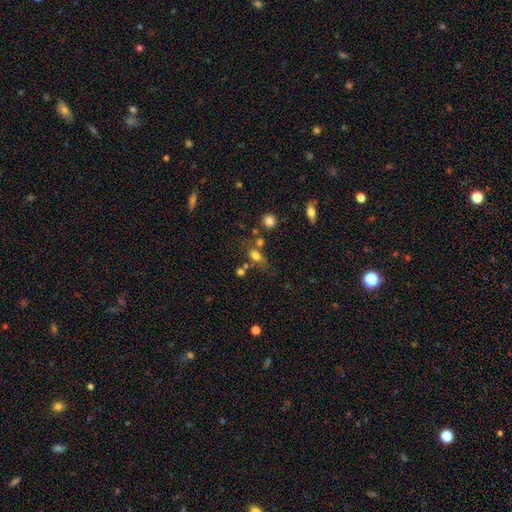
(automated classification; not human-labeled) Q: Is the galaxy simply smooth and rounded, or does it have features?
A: smooth — 73%.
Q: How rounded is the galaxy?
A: in between — 69%.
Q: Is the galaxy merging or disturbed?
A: none — 52%.